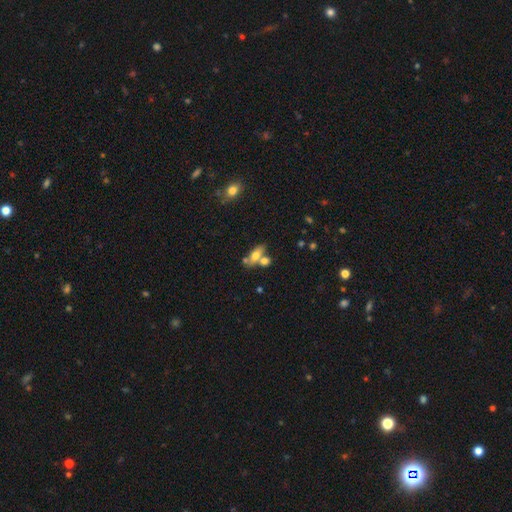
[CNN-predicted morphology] Smooth or featured: smooth — 59% (featured or disk — 32%)
How rounded: in between — 67% (cigar-shaped — 24%)
Merging: none — 43% (merger — 40%)